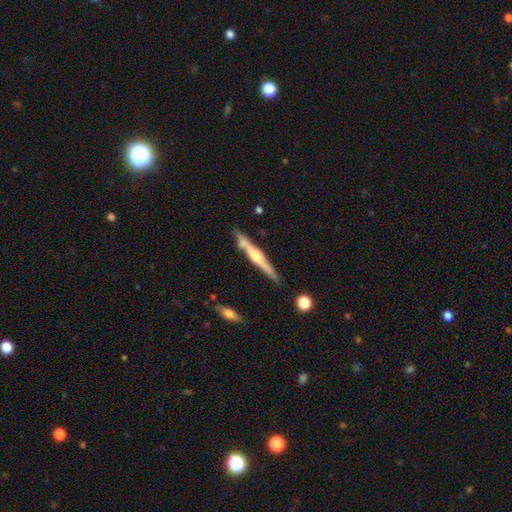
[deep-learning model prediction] Smooth or featured? featured or disk (67%)
Edge-on disk? yes (97%)
Edge-on bulge? rounded (70%)
Merging? none (79%)